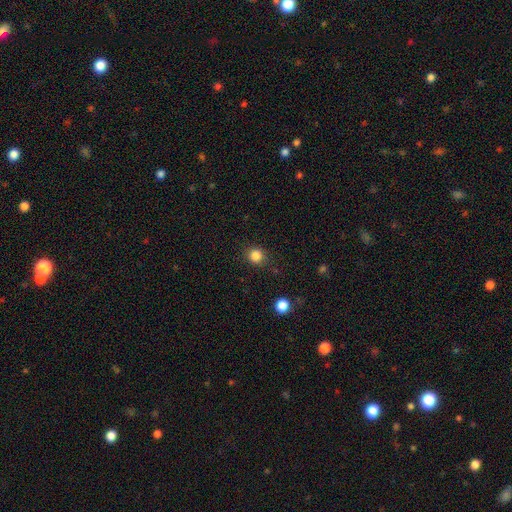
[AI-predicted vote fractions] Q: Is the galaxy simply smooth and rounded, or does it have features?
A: smooth — 84%.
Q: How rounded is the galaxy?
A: round — 86%.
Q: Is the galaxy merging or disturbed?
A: none — 87%.